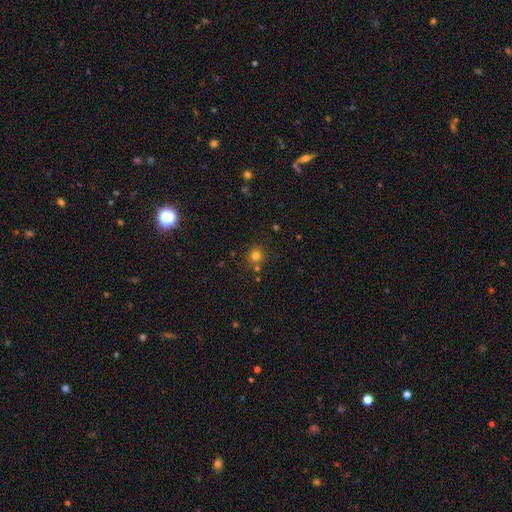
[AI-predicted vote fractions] This appears to be a smooth galaxy with no disk features (77%) that is round (90%). Merging: none (79%).